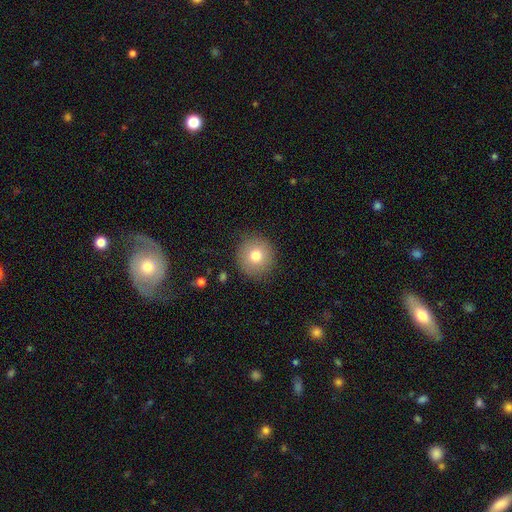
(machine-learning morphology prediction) smooth-or-featured: smooth: 77% | featured or disk: 13% | star or artifact: 10%
  how-rounded: round: 94% | in between: 5% | cigar-shaped: 1%
  merging: none: 88% | minor disturbance: 8% | major disturbance: 3% | merger: 1%